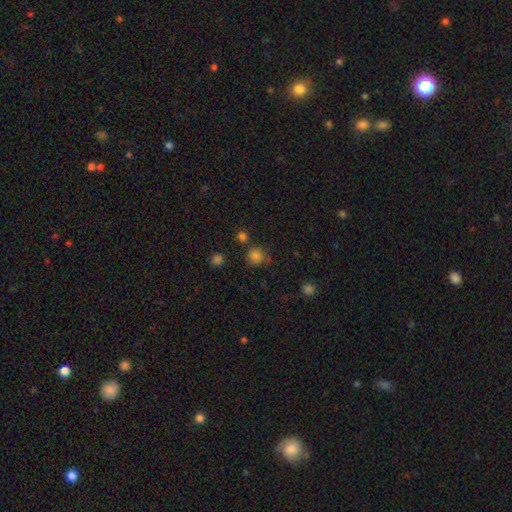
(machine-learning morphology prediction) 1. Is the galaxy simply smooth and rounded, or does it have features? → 80% smooth, 15% star or artifact, 5% featured or disk.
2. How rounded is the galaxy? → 88% round, 11% in between, 1% cigar-shaped.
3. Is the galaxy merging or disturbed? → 72% none, 15% minor disturbance, 9% merger, 5% major disturbance.